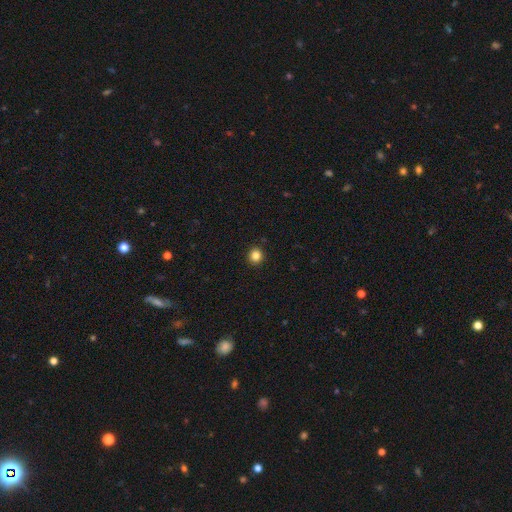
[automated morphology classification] smooth_or_featured: smooth (p=0.83) [alt: star or artifact p=0.12]
how_rounded: round (p=0.90) [alt: in between p=0.09]
merging: none (p=0.93) [alt: minor disturbance p=0.05]